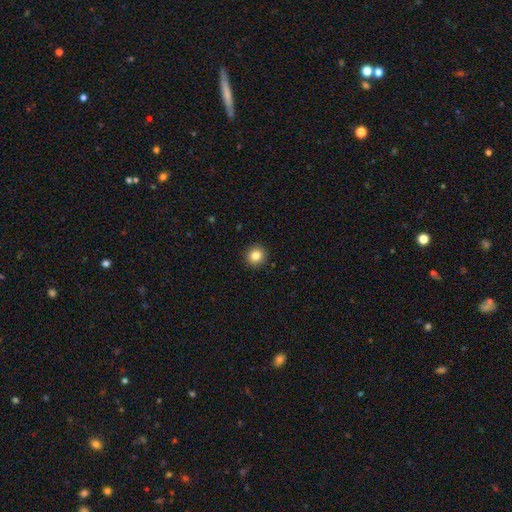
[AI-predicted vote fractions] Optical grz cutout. It shows a smooth galaxy with no disk features (83%) that is round (92%). Merging: none (92%).